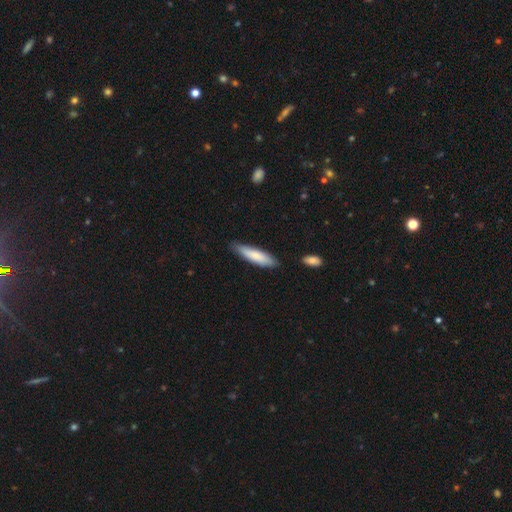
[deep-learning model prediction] Q: Smooth or featured?
A: smooth (79%); runner-up: featured or disk (16%)
Q: How rounded?
A: cigar-shaped (75%); runner-up: in between (24%)
Q: Merging?
A: none (80%); runner-up: minor disturbance (14%)